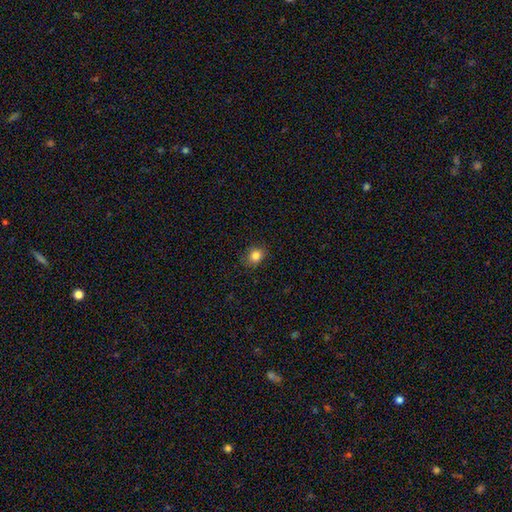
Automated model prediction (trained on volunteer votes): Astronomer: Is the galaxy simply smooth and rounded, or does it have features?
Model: smooth — 83%.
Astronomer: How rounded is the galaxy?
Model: round — 68%.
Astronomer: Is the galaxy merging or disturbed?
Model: none — 82%.